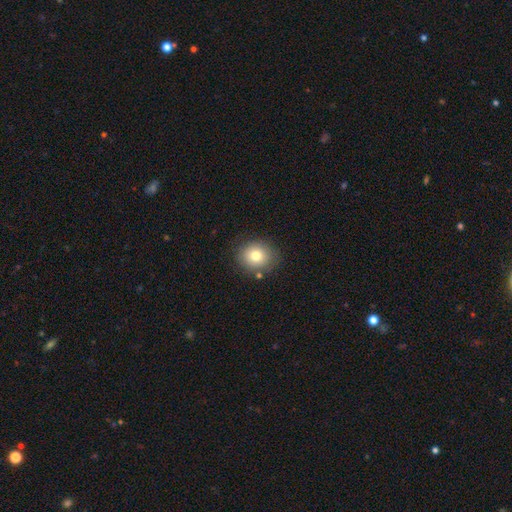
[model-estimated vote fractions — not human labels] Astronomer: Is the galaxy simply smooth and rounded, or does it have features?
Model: smooth — 78%.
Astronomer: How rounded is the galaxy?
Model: round — 73%.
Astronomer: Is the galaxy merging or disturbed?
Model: none — 82%.